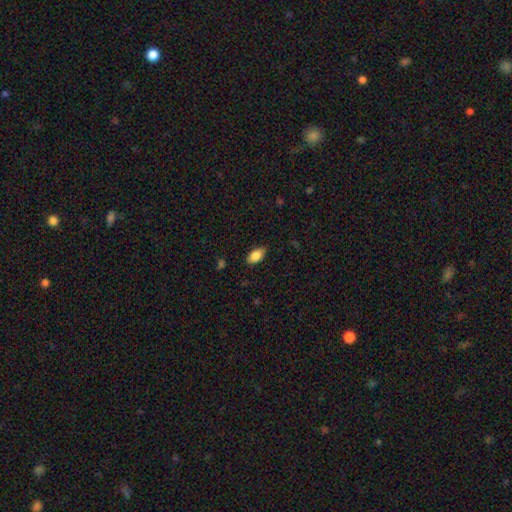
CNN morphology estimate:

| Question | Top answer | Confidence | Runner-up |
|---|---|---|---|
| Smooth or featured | smooth | 84% | featured or disk (9%) |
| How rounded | in between | 91% | round (5%) |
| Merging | none | 84% | minor disturbance (12%) |